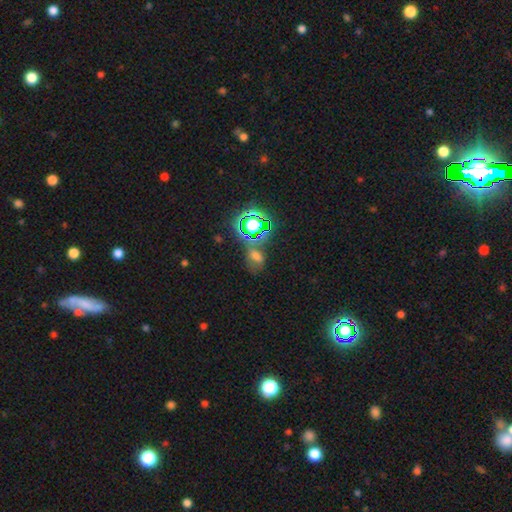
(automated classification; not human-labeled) smooth-or-featured: smooth: 44% | star or artifact: 43% | featured or disk: 14%
  merging: none: 52% | minor disturbance: 19% | merger: 16% | major disturbance: 13%